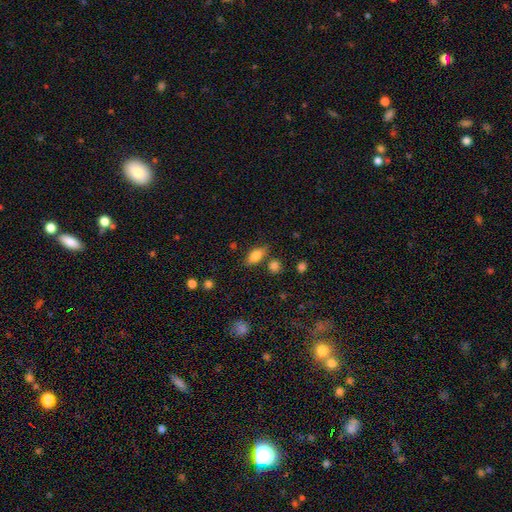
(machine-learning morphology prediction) This appears to be a smooth galaxy with no disk features (81%) that is in between round and cigar-shaped (82%). Merging: none (74%).